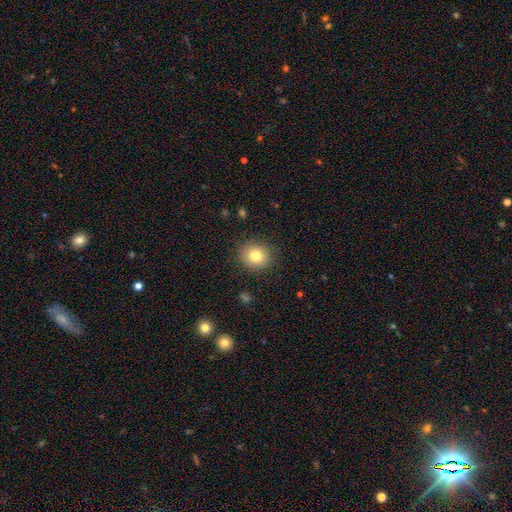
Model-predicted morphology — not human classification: type=smooth (80%); roundness=round (83%); merging=none (88%).